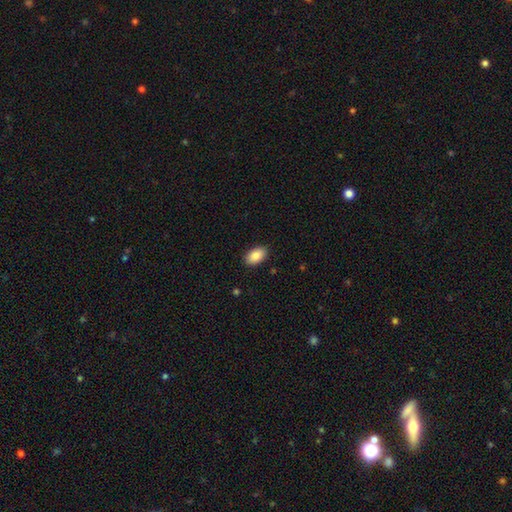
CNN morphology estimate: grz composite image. It shows a smooth galaxy with no disk features (88%) that is in between round and cigar-shaped (93%). Merging: none (88%).